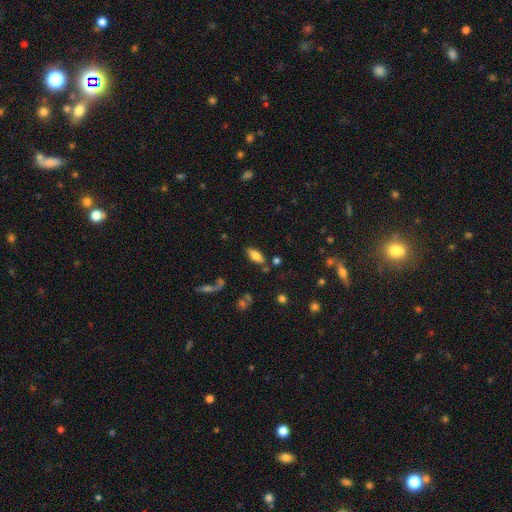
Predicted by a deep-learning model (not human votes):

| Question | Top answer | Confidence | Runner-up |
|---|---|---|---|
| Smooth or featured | smooth | 76% | featured or disk (16%) |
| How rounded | in between | 86% | cigar-shaped (12%) |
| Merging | none | 78% | minor disturbance (12%) |